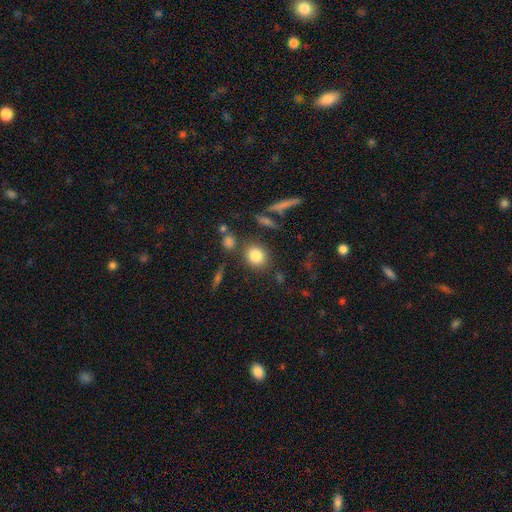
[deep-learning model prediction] Overall: smooth (81%). How rounded: round (64%; in between 34%). Merging: none (80%).